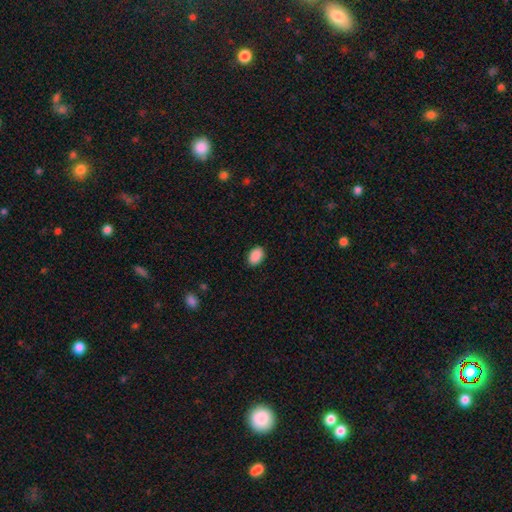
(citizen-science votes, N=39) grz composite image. It shows a smooth galaxy with no disk features (87%) that is in between round and cigar-shaped (76%). Merging: none (83%).